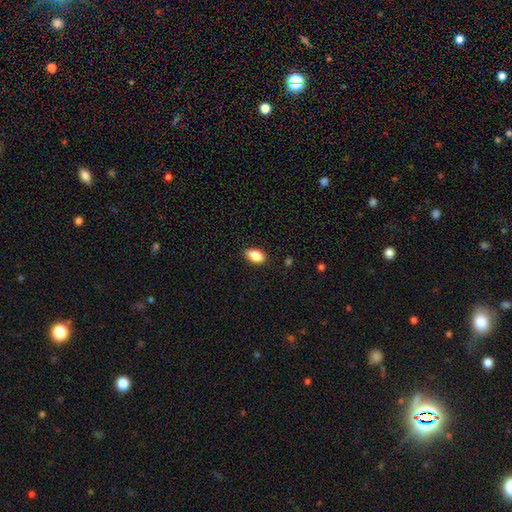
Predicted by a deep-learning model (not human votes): This is clearly a smooth galaxy (86%). How rounded: clearly in between (90%). Merging: clearly none (81%).